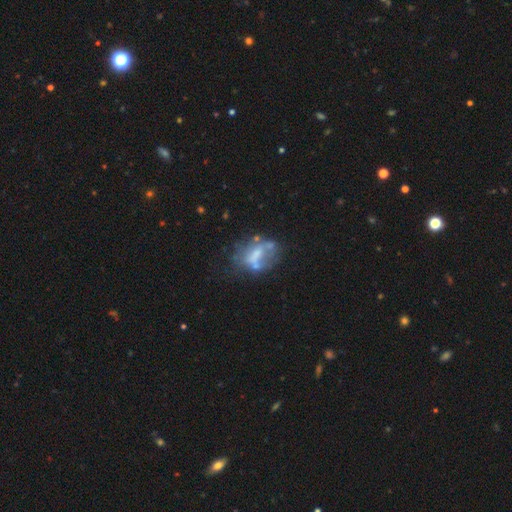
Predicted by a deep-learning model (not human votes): Morphology: type=featured or disk (54%); edge-on=no (95%); bar=no (63%); spiral arms=no (87%); bulge=none (40%); merging=none (36%).